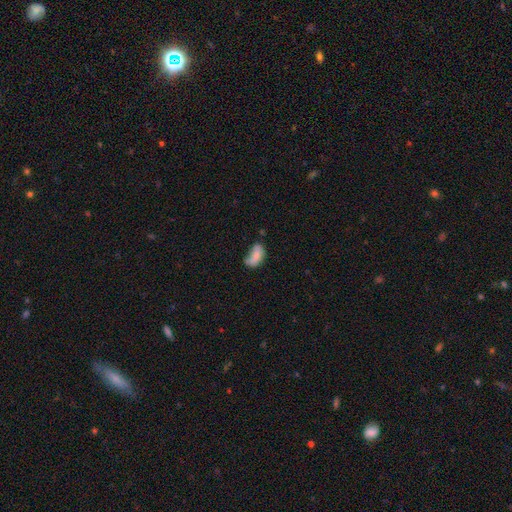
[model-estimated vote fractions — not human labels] Smooth or featured? Predicted: smooth (p=0.74). How rounded? Predicted: in between (p=0.91). Merging? Predicted: none (p=0.38).